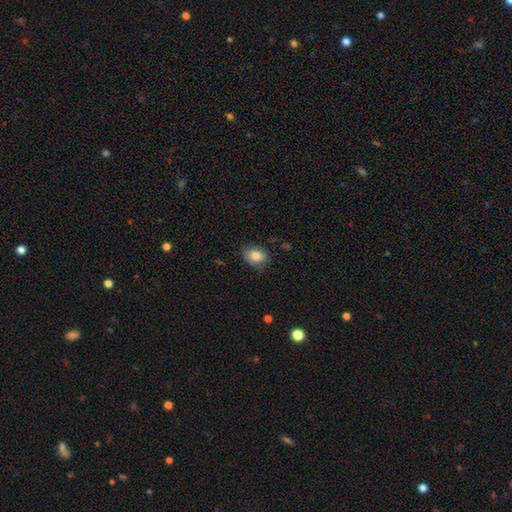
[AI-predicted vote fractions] smooth 84%, star or artifact 8%, featured or disk 8%. Down the decision tree: how rounded — in between (72%); merging — none (77%).